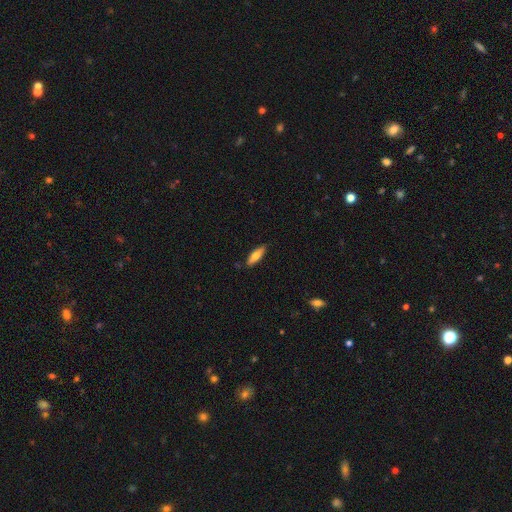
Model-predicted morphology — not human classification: Q: Smooth or featured?
A: smooth (69%); runner-up: featured or disk (25%)
Q: How rounded?
A: cigar-shaped (53%); runner-up: in between (45%)
Q: Merging?
A: none (85%); runner-up: minor disturbance (12%)